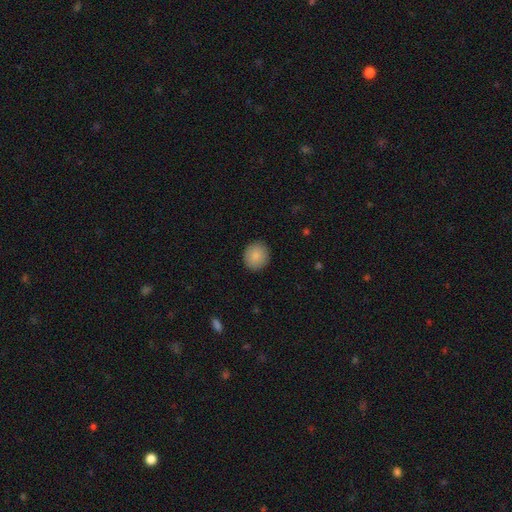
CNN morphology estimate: A smooth galaxy with no disk features (88%) that is round (84%).

Vote fractions:
- Smooth or featured? smooth: 88% / star or artifact: 8% / featured or disk: 5%
- How rounded? round: 84% / in between: 15% / cigar-shaped: 1%
- Merging? none: 91% / minor disturbance: 7% / major disturbance: 2% / merger: 1%